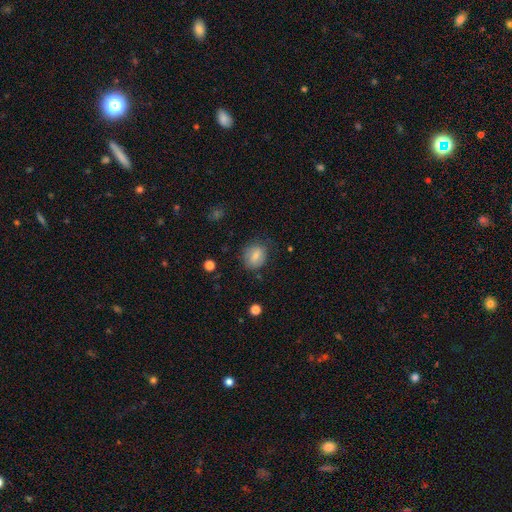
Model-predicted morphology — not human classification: Smooth or featured? smooth (76%)
How rounded? round (58%)
Merging? none (71%)